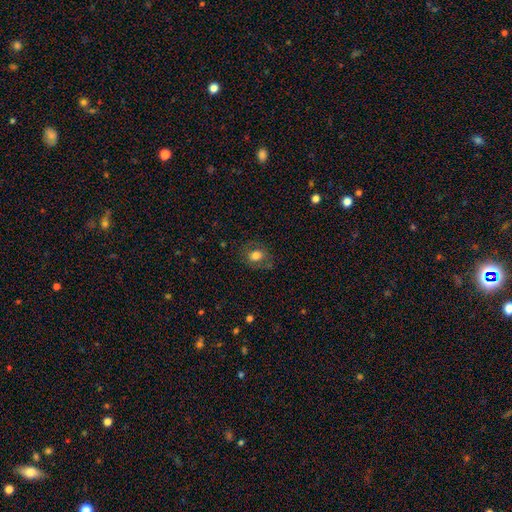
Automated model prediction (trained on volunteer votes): Morphology: type=smooth (68%); roundness=round (52%); merging=none (75%).